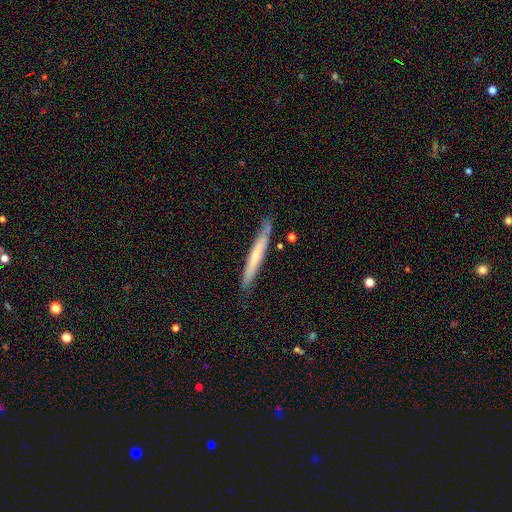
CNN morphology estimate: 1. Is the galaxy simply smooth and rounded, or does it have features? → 47% smooth (tied), 47% featured or disk (tied), 6% star or artifact.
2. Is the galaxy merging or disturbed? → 80% none, 15% minor disturbance, 3% merger, 2% major disturbance.